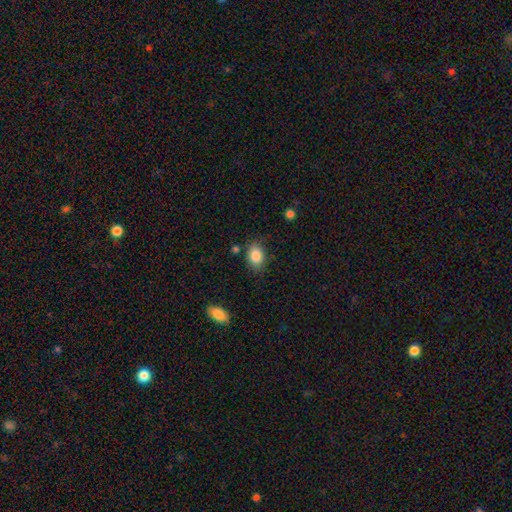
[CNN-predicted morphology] Smooth or featured: smooth — 86% (star or artifact — 8%)
How rounded: in between — 82% (round — 17%)
Merging: none — 78% (minor disturbance — 15%)